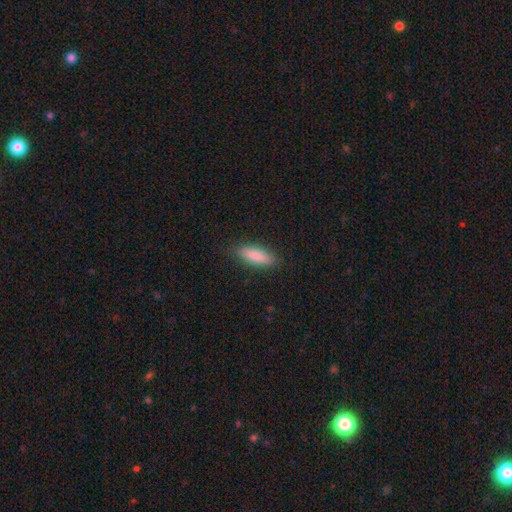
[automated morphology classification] smooth_or_featured: smooth (p=0.86) [alt: featured or disk p=0.08]
how_rounded: in between (p=0.52) [alt: cigar-shaped p=0.46]
merging: none (p=0.87) [alt: minor disturbance p=0.10]